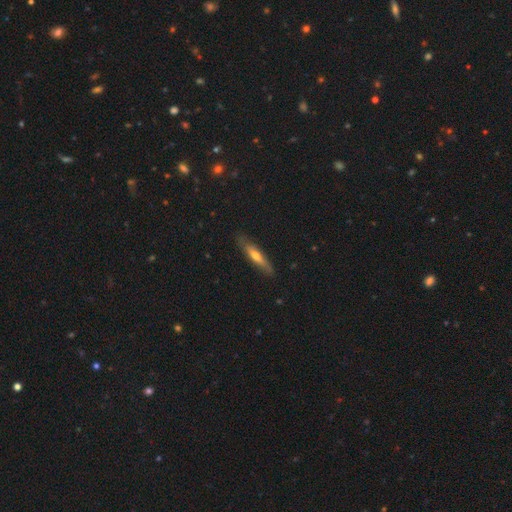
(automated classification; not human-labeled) Smooth or featured? featured or disk (48%)
Merging? none (83%)